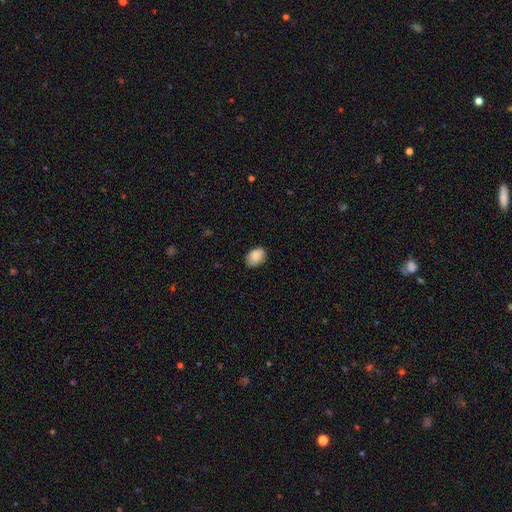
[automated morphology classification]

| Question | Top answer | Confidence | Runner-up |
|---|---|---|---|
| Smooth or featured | smooth | 88% | star or artifact (7%) |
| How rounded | in between | 80% | round (19%) |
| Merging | none | 82% | minor disturbance (15%) |